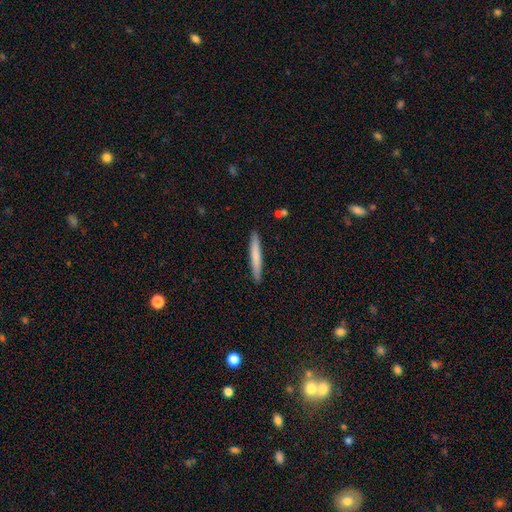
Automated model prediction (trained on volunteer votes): Q: Smooth or featured?
A: smooth (72%); runner-up: featured or disk (23%)
Q: How rounded?
A: cigar-shaped (96%); runner-up: in between (3%)
Q: Merging?
A: none (91%); runner-up: minor disturbance (7%)